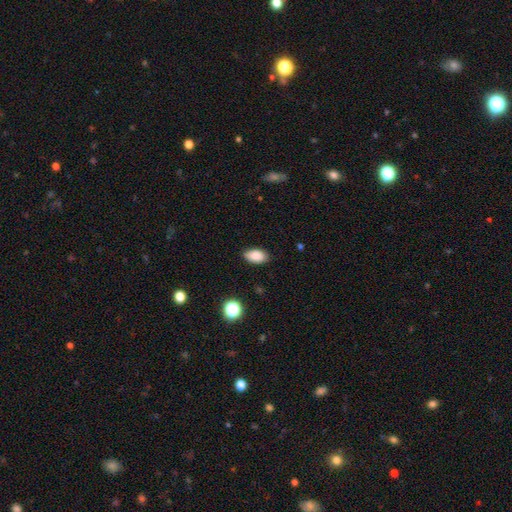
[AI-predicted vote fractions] Overall: smooth (88%). How rounded: in between (93%). Merging: none (86%).